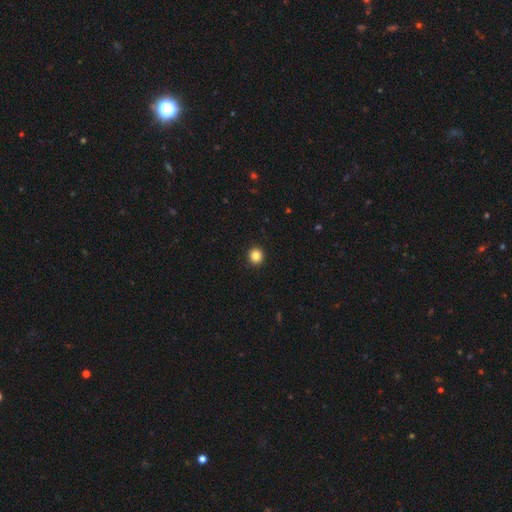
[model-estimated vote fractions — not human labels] Smooth or featured? Predicted: smooth (p=0.85). How rounded? Predicted: round (p=0.91). Merging? Predicted: none (p=0.93).